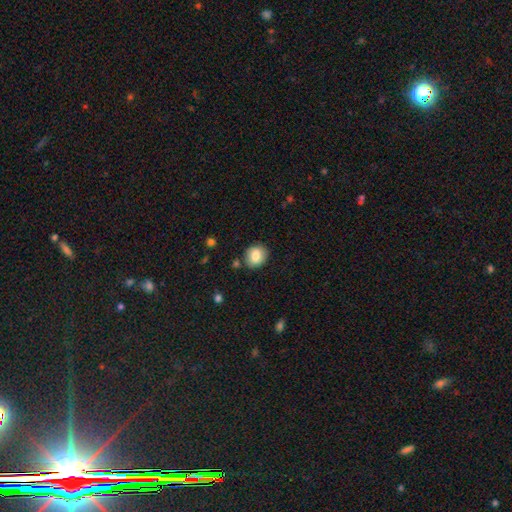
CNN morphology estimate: Smooth or featured? smooth (81%)
How rounded? round (70%)
Merging? none (83%)